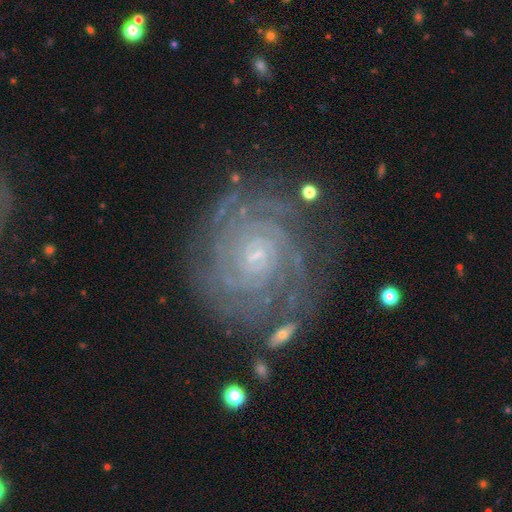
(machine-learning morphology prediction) smooth_or_featured: featured or disk (p=0.88) [alt: star or artifact p=0.07]
disk_edge_on: no (p=0.98) [alt: yes p=0.02]
bar: no (p=0.76) [alt: weak p=0.18]
has_spiral_arms: yes (p=0.98) [alt: no p=0.02]
spiral_winding: tight (p=0.84) [alt: medium p=0.14]
spiral_arm_count: can't tell (p=0.24) [alt: 4 p=0.19]
bulge_size: small (p=0.84) [alt: moderate p=0.11]
merging: none (p=0.76) [alt: minor disturbance p=0.15]